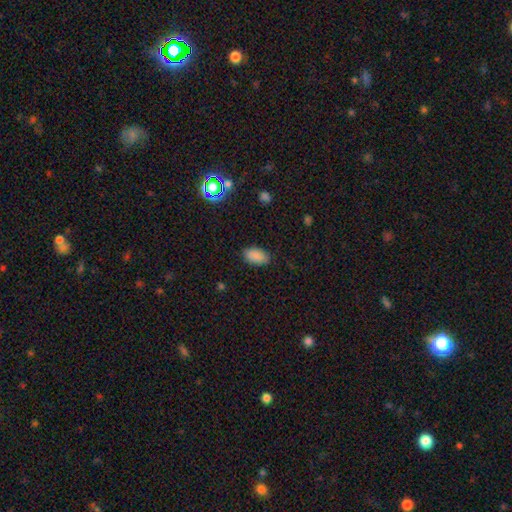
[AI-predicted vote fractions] A smooth galaxy with no disk features (87%) that is in between round and cigar-shaped (93%).

Vote fractions:
- Smooth or featured? smooth: 87% / star or artifact: 9% / featured or disk: 4%
- How rounded? in between: 93% / round: 5% / cigar-shaped: 2%
- Merging? none: 85% / minor disturbance: 12% / major disturbance: 3% / merger: 1%